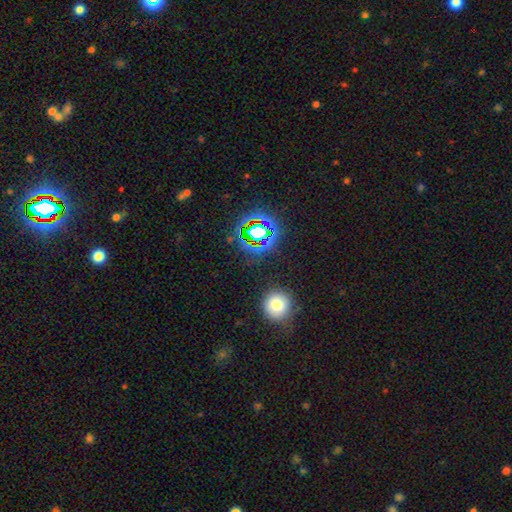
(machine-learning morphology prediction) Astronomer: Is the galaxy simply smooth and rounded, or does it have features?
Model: star or artifact — 67%.